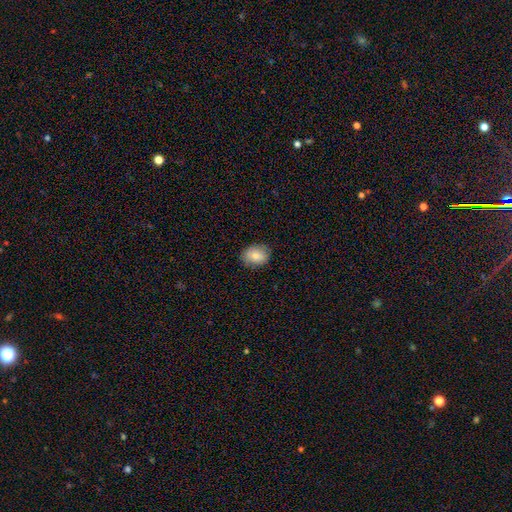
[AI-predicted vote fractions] A smooth galaxy with no disk features (80%) that is in between round and cigar-shaped (59%).

Vote fractions:
- Smooth or featured? smooth: 80% / featured or disk: 12% / star or artifact: 8%
- How rounded? in between: 59% / round: 40% / cigar-shaped: 1%
- Merging? none: 84% / minor disturbance: 13% / major disturbance: 3% / merger: 1%